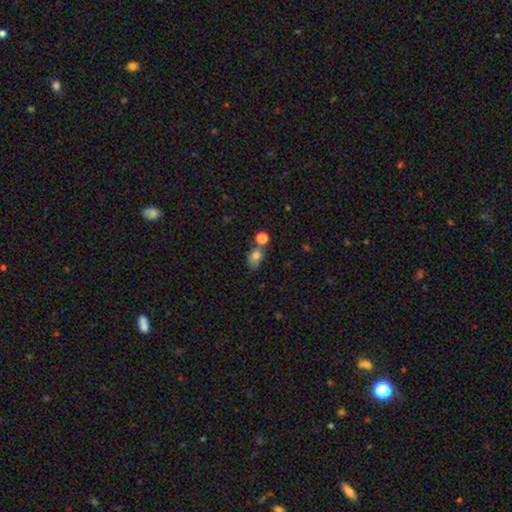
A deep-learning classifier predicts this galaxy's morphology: The model was most divided on "merging": none: 48%, merger: 26%, minor disturbance: 19%, major disturbance: 8%. More confident: smooth or featured — smooth (78%); how rounded — in between (67%).